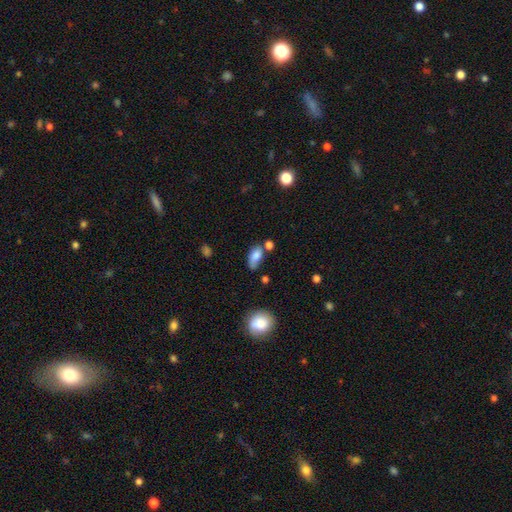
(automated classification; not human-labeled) Smooth or featured: smooth — 74% (featured or disk — 16%)
How rounded: in between — 86% (round — 7%)
Merging: none — 41% (minor disturbance — 30%)